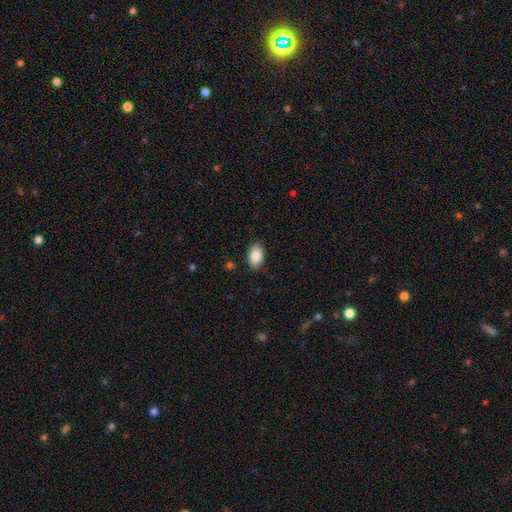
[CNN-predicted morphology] Smooth or featured: smooth — 87% (star or artifact — 7%)
How rounded: in between — 90% (round — 9%)
Merging: none — 87% (minor disturbance — 9%)